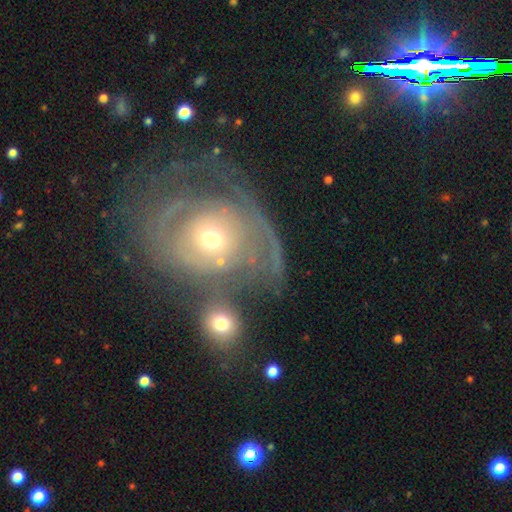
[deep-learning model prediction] This is likely a featured or disk galaxy (77%). It is clearly not viewed edge-on (96%). Bar: likely no (74%). Spiral arm pattern: likely yes (79%). Spiral arm count: possibly can't tell (45%). Spiral winding: likely tight (65%). Central bulge: possibly moderate (47%, tied with small). Merging: possibly none (48%).